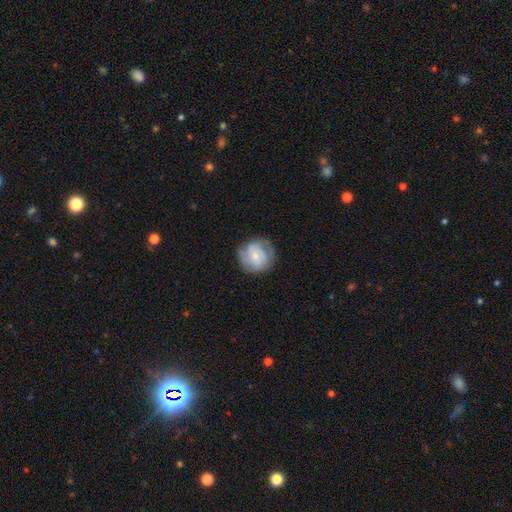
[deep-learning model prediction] Smooth or featured: featured or disk — 51% (smooth — 42%)
Edge-on disk: no — 97% (yes — 3%)
Bar: no — 52% (weak — 39%)
Spiral arms: yes — 77% (no — 23%)
Bulge size: small — 56% (moderate — 33%)
Merging: none — 68% (minor disturbance — 22%)